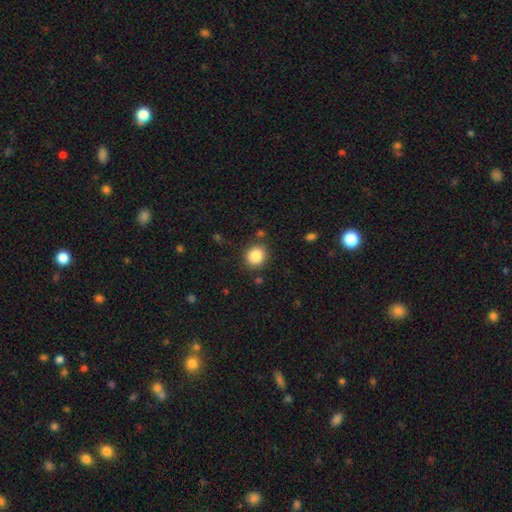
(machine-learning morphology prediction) A smooth galaxy with no disk features (86%) that is round (87%). Merging: none (85%).